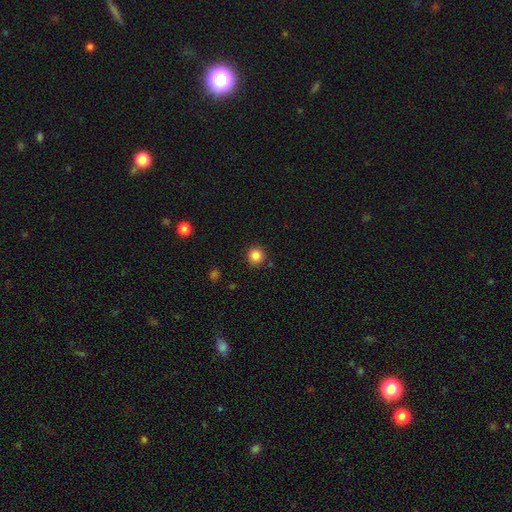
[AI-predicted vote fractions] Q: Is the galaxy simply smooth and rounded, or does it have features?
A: smooth — 85%.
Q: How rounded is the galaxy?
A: round — 95%.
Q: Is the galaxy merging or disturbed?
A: none — 90%.